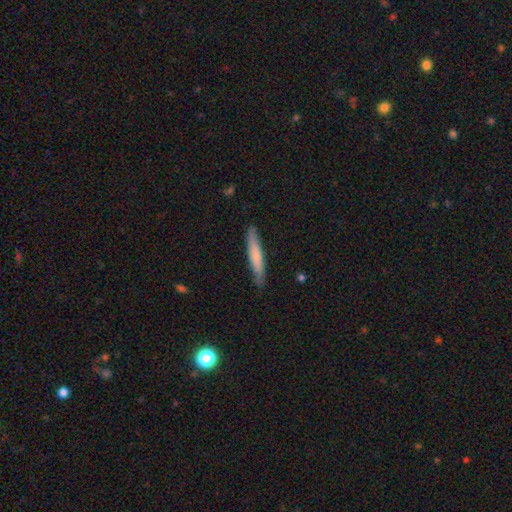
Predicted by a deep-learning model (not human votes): A smooth galaxy with no disk features (63%) that is cigar-shaped (94%). Merging: none (84%).